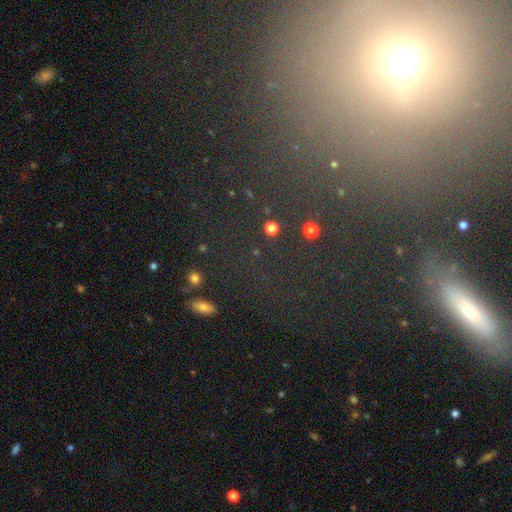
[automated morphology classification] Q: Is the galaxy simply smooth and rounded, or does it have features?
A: star or artifact — 50%.